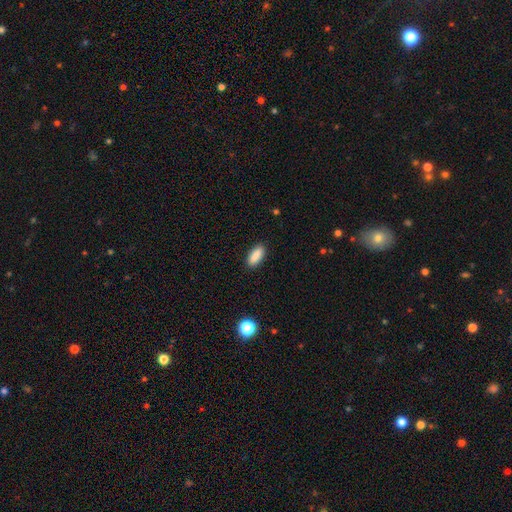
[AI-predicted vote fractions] The model was most divided on "how rounded": in between: 79%, cigar-shaped: 18%, round: 2%. More confident: merging — none (89%); smooth or featured — smooth (89%).